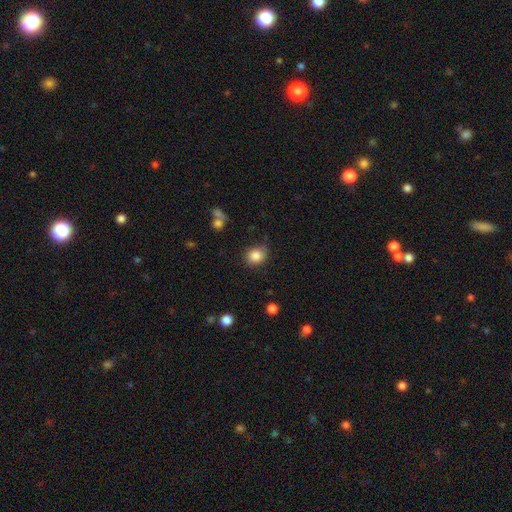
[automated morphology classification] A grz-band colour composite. It shows a smooth galaxy with no disk features (85%) that is round (70%). Merging: none (76%).